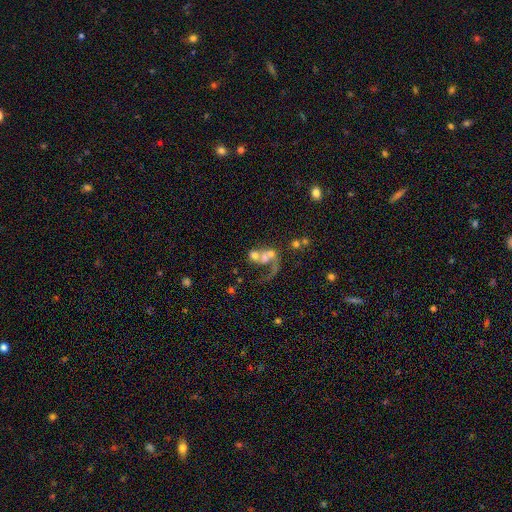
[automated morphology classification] featured or disk 53%, smooth 33%, star or artifact 14%. Down the decision tree: edge-on disk — no (97%); bar — no (80%); spiral arms — no (52%); bulge size — moderate (31%); merging — merger (58%).